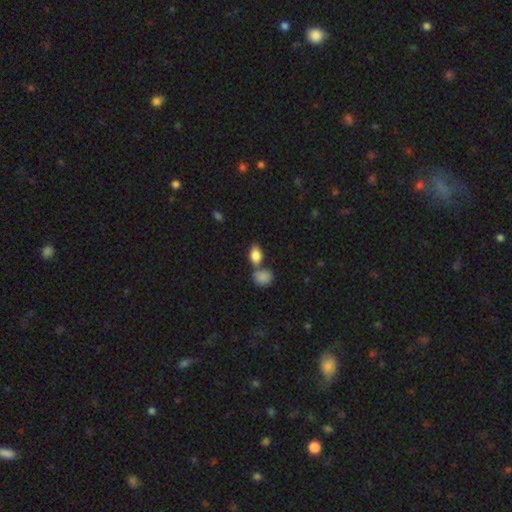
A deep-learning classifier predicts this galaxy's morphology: type=smooth (84%); roundness=in between (82%); merging=none (47%).